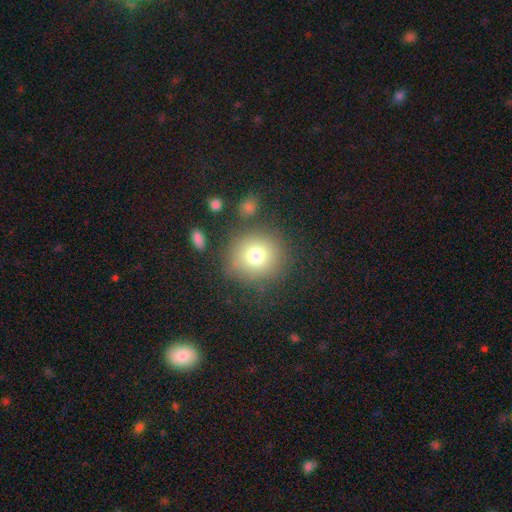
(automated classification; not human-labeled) This appears to be a smooth galaxy with no disk features (76%) that is round (90%). Merging: none (79%).